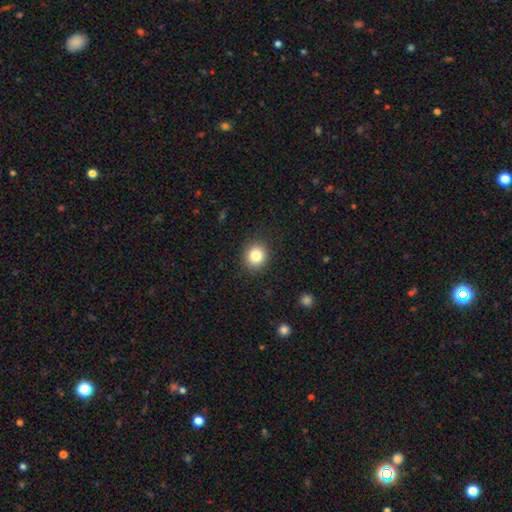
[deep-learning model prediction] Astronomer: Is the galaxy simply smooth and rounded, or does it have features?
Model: smooth — 83%.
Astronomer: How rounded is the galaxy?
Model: round — 83%.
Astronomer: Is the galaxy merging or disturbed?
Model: none — 90%.